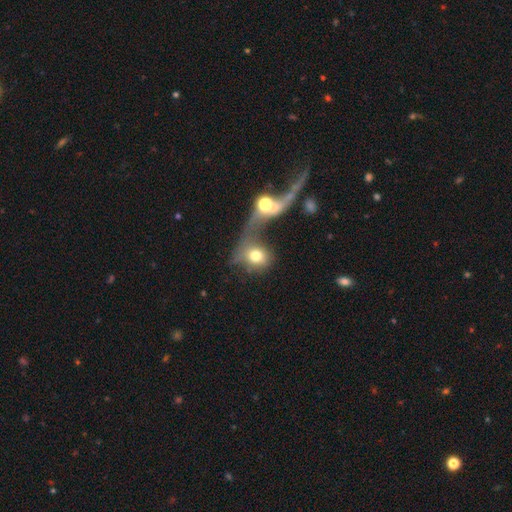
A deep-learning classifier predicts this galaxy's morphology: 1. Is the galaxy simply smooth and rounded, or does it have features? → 66% smooth, 22% featured or disk, 12% star or artifact.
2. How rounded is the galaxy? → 70% round, 28% in between, 2% cigar-shaped.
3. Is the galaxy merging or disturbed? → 49% merger, 22% major disturbance, 20% none, 9% minor disturbance.